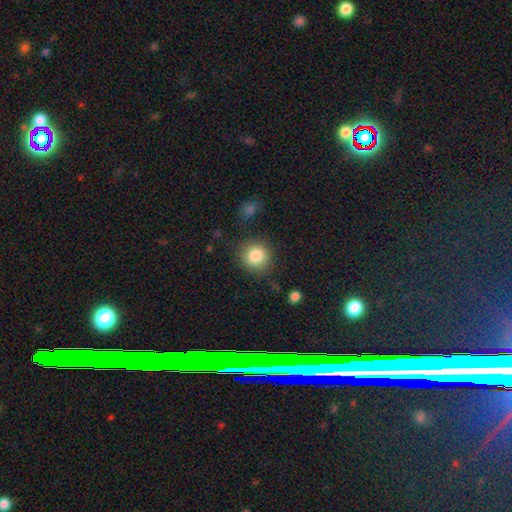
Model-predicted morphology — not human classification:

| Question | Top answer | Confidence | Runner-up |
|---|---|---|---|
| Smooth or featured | smooth | 84% | star or artifact (10%) |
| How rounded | round | 89% | in between (10%) |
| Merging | none | 84% | minor disturbance (10%) |